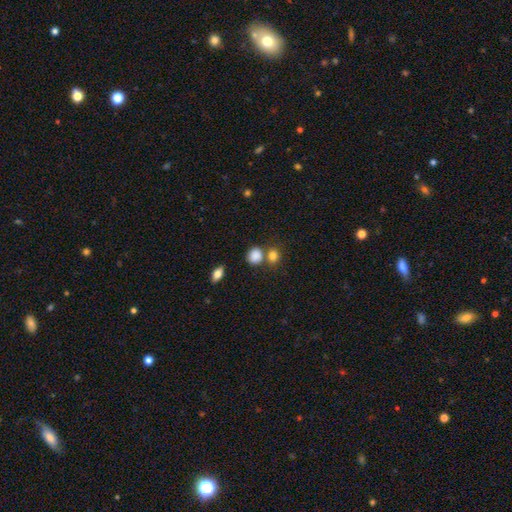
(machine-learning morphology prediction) Q: Smooth or featured?
A: smooth (84%); runner-up: star or artifact (10%)
Q: How rounded?
A: round (68%); runner-up: in between (30%)
Q: Merging?
A: none (60%); runner-up: merger (24%)